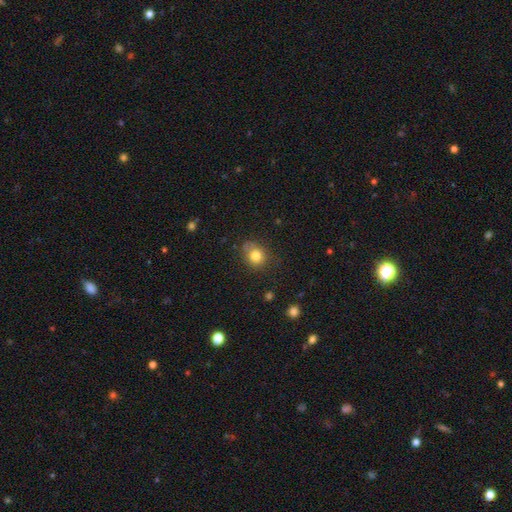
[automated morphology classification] Smooth or featured: smooth — 80% (star or artifact — 11%)
How rounded: round — 70% (in between — 29%)
Merging: none — 70% (minor disturbance — 22%)